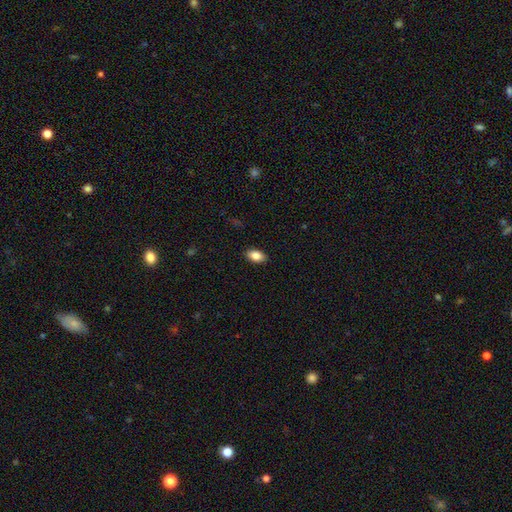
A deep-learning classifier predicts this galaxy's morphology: smooth_or_featured: smooth (p=0.85) [alt: star or artifact p=0.07]
how_rounded: in between (p=0.92) [alt: round p=0.06]
merging: none (p=0.89) [alt: minor disturbance p=0.08]